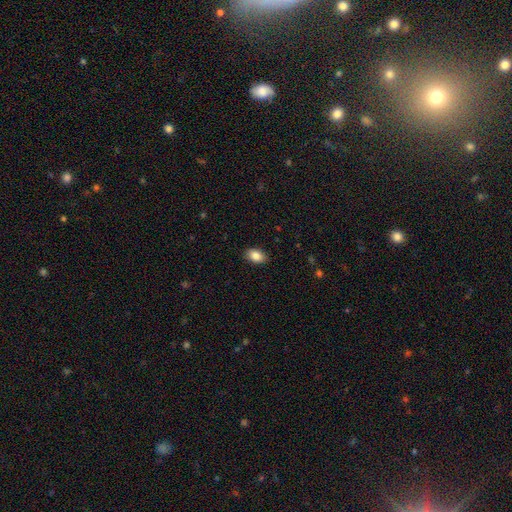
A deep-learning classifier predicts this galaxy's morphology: smooth_or_featured: smooth (p=0.86) [alt: star or artifact p=0.08]
how_rounded: in between (p=0.88) [alt: round p=0.11]
merging: none (p=0.88) [alt: minor disturbance p=0.09]